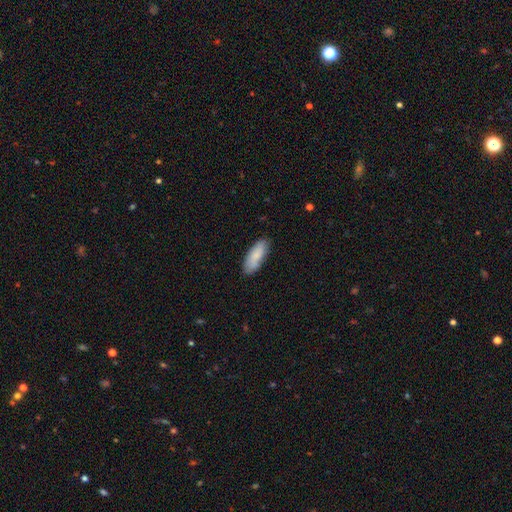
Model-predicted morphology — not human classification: A smooth galaxy with no disk features (81%) that is in between round and cigar-shaped (70%).

Vote fractions:
- Smooth or featured? smooth: 81% / featured or disk: 13% / star or artifact: 6%
- How rounded? in between: 70% / cigar-shaped: 29% / round: 2%
- Merging? none: 82% / minor disturbance: 14% / major disturbance: 2% / merger: 1%